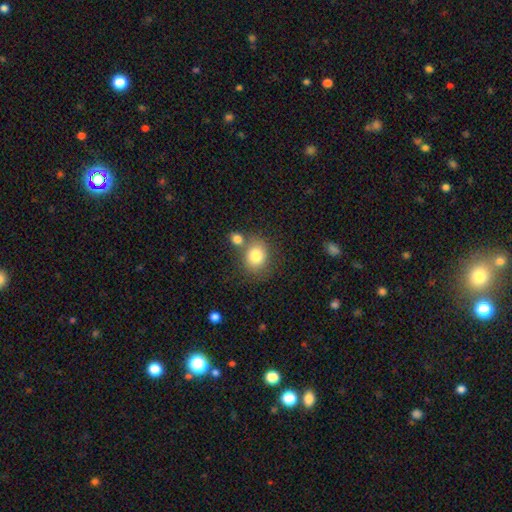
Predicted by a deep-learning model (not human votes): This appears to be a smooth galaxy with no disk features (81%) that is round (62%). Merging: none (58%).